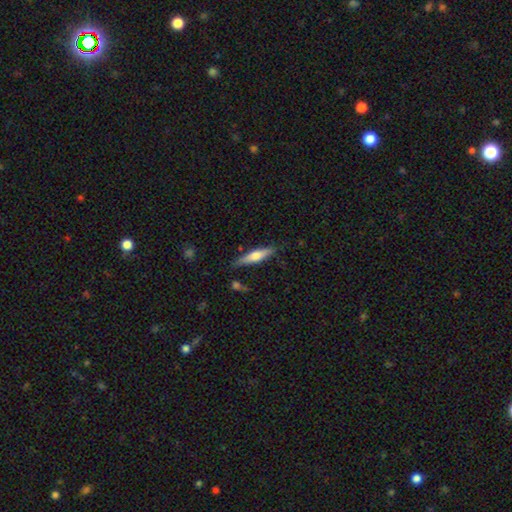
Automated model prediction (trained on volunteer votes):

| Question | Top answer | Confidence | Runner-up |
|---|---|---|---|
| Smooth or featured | smooth | 52% | featured or disk (42%) |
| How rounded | cigar-shaped | 78% | in between (20%) |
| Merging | none | 81% | minor disturbance (13%) |